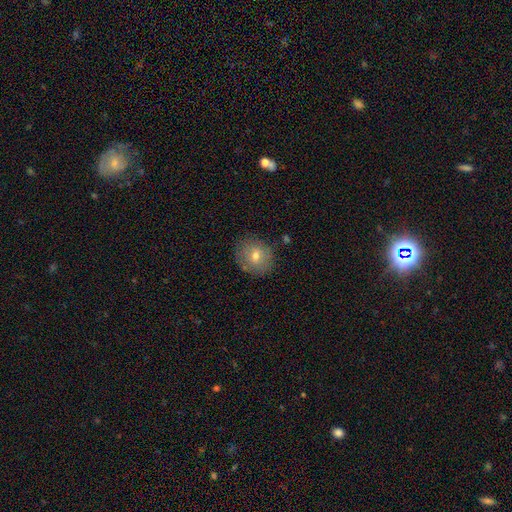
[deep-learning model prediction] A smooth galaxy with no disk features (66%) that is round (76%).

Vote fractions:
- Smooth or featured? smooth: 66% / featured or disk: 24% / star or artifact: 10%
- How rounded? round: 76% / in between: 23% / cigar-shaped: 1%
- Merging? none: 82% / minor disturbance: 13% / major disturbance: 4% / merger: 2%